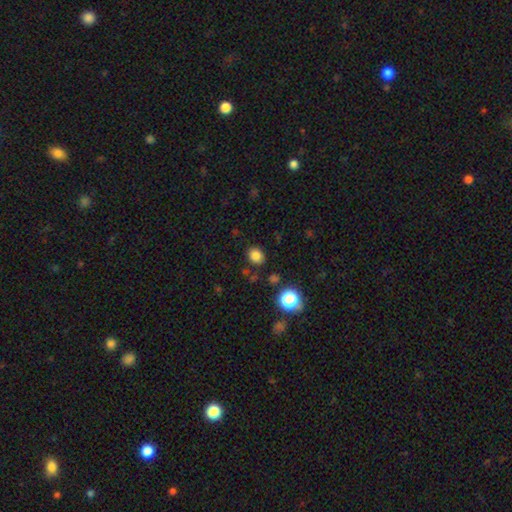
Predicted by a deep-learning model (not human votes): A smooth galaxy with no disk features (81%) that is round (59%).

Vote fractions:
- Smooth or featured? smooth: 81% / star or artifact: 14% / featured or disk: 5%
- How rounded? round: 59% / in between: 40% / cigar-shaped: 1%
- Merging? none: 84% / minor disturbance: 10% / merger: 3% / major disturbance: 3%